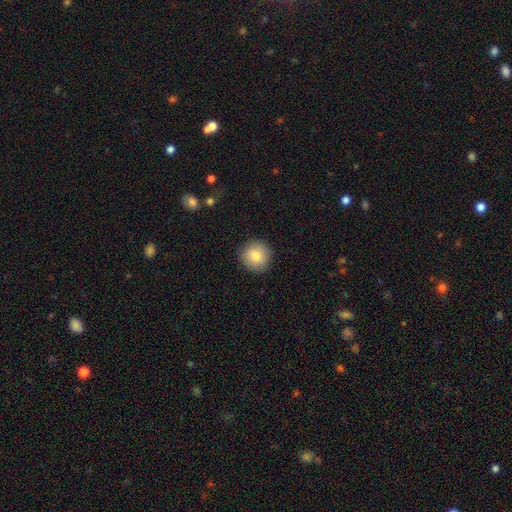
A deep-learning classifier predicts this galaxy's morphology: This is clearly a smooth galaxy (84%). How rounded: clearly round (93%). Merging: clearly none (90%).